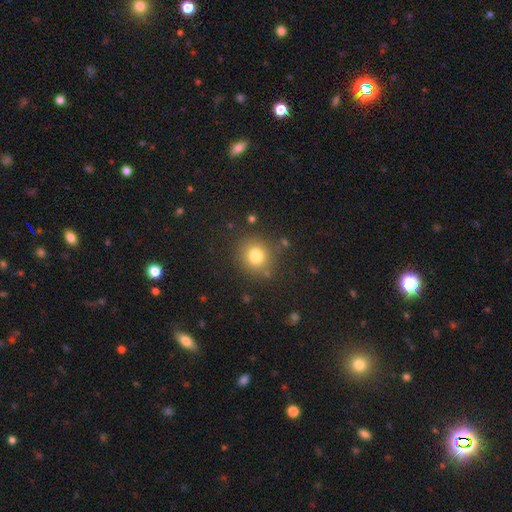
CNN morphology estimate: Smooth or featured: smooth — 78% (star or artifact — 13%)
How rounded: round — 87% (in between — 12%)
Merging: none — 83% (minor disturbance — 10%)